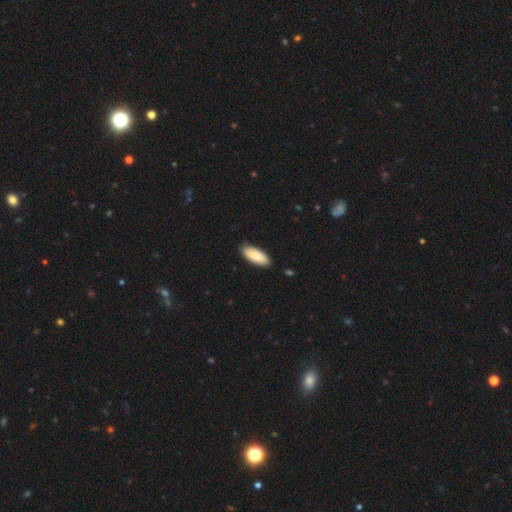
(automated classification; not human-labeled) smooth-or-featured: smooth: 87% | featured or disk: 7% | star or artifact: 5%
  how-rounded: in between: 78% | cigar-shaped: 21% | round: 1%
  merging: none: 87% | minor disturbance: 10% | major disturbance: 2% | merger: 1%